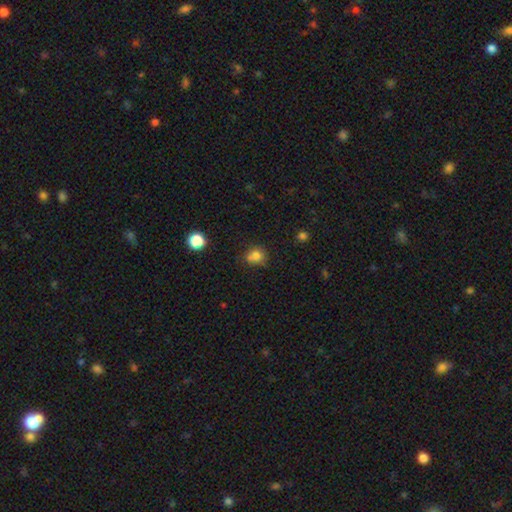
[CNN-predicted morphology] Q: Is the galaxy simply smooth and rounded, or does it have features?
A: smooth — 77%.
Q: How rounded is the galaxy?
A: round — 74%.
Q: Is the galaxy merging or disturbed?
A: none — 56%.